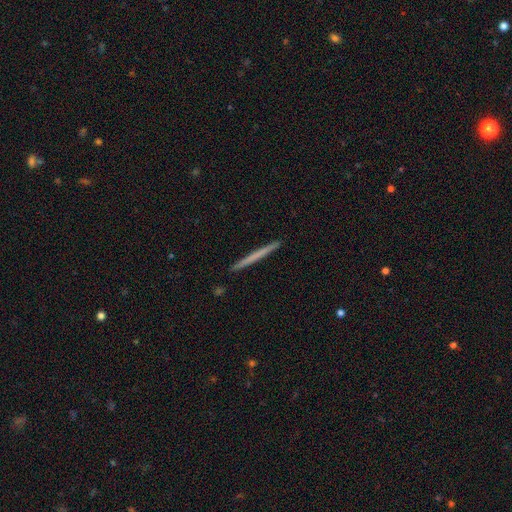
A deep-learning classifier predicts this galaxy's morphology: Smooth or featured? smooth (53%)
How rounded? cigar-shaped (97%)
Merging? none (93%)